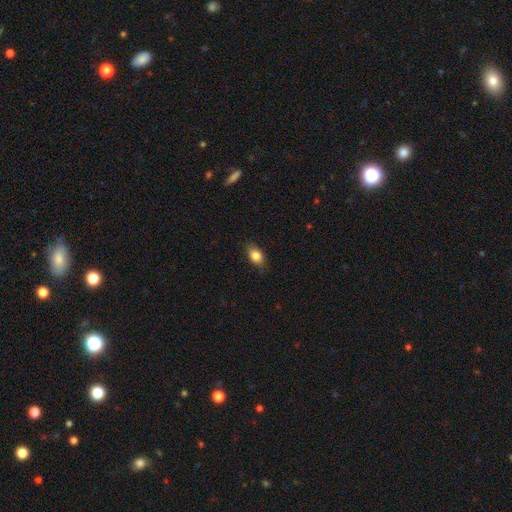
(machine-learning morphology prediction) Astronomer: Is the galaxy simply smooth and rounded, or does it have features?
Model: smooth — 84%.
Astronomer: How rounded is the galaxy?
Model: in between — 84%.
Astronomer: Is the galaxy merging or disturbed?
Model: none — 81%.